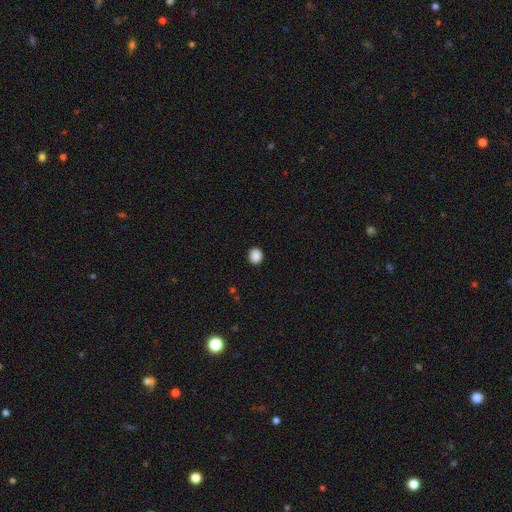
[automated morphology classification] smooth_or_featured: smooth (p=0.89) [alt: star or artifact p=0.09]
how_rounded: round (p=0.77) [alt: in between p=0.22]
merging: none (p=0.92) [alt: minor disturbance p=0.06]